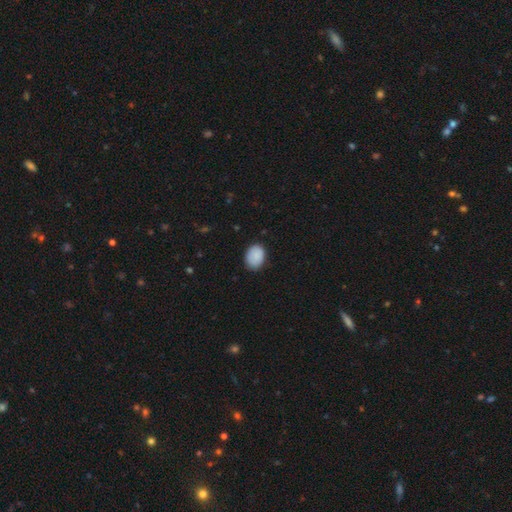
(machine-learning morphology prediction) This is clearly a smooth galaxy (89%). How rounded: likely in between (70%). Merging: clearly none (83%).